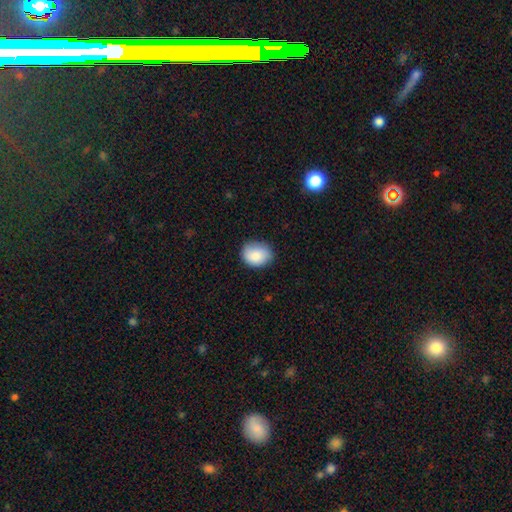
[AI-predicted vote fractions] A smooth galaxy with no disk features (86%) that is in between round and cigar-shaped (54%).

Vote fractions:
- Smooth or featured? smooth: 86% / star or artifact: 7% / featured or disk: 7%
- How rounded? in between: 54% / round: 45% / cigar-shaped: 1%
- Merging? none: 79% / minor disturbance: 17% / major disturbance: 3% / merger: 1%